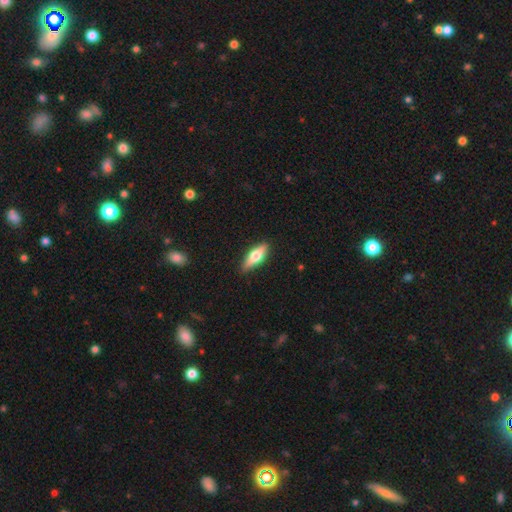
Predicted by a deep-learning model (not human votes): Overall: smooth (54%; featured or disk 40%). How rounded: in between (52%; cigar-shaped 45%). Merging: none (88%).